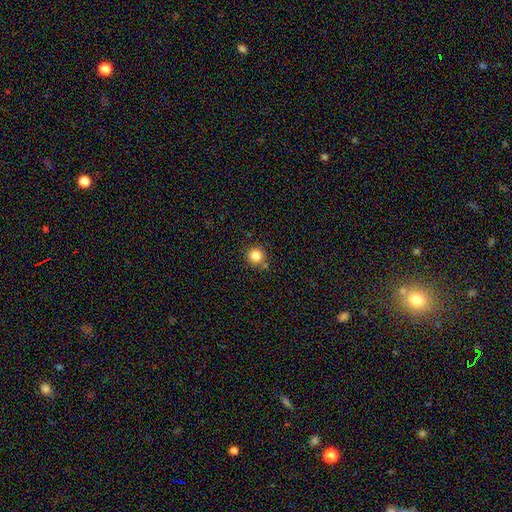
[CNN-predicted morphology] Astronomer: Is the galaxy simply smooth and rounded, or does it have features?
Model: smooth — 83%.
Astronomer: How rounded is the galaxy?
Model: round — 93%.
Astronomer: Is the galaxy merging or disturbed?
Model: none — 80%.